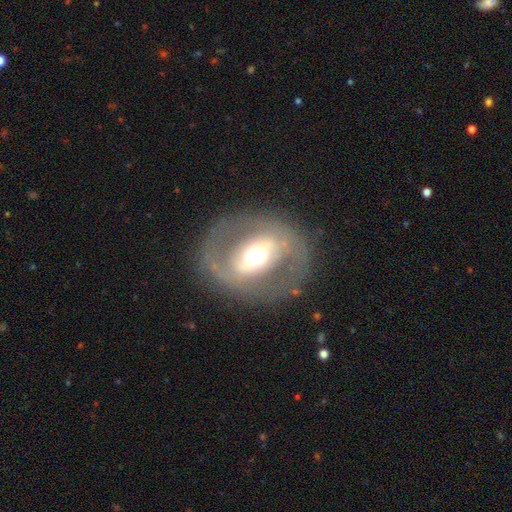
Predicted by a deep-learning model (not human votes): Smooth or featured? featured or disk (66%)
Edge-on disk? no (92%)
Bar? strong (42%)
Spiral arms? no (70%)
Bulge size? moderate (55%)
Merging? none (76%)